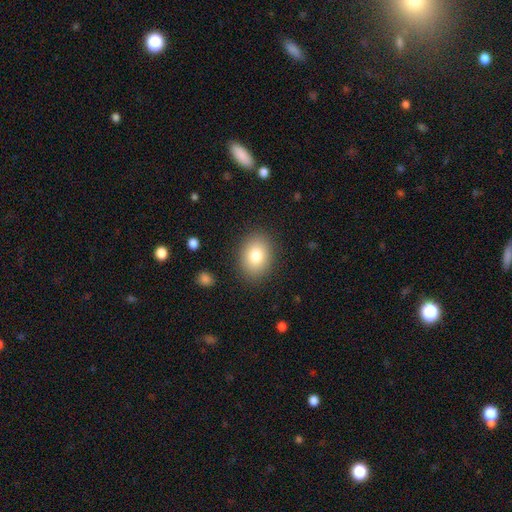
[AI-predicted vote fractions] A smooth galaxy with no disk features (80%) that is in between round and cigar-shaped (63%). Merging: none (87%).